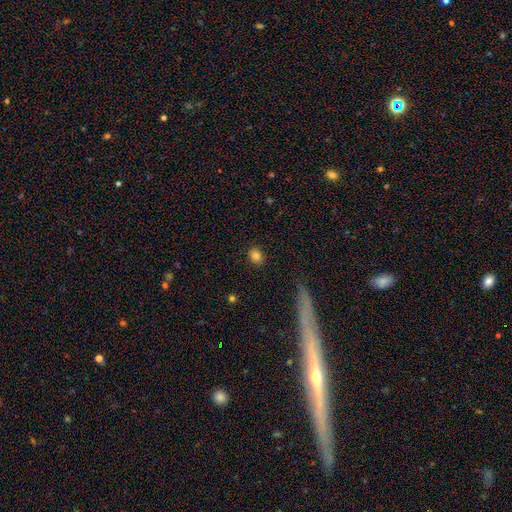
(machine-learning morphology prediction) Smooth or featured?
  - smooth: 83% *
  - star or artifact: 10%
  - featured or disk: 7%
How rounded?
  - round: 54% *
  - in between: 45%
  - cigar-shaped: 1%
Merging?
  - none: 87% *
  - minor disturbance: 9%
  - major disturbance: 3%
  - merger: 1%